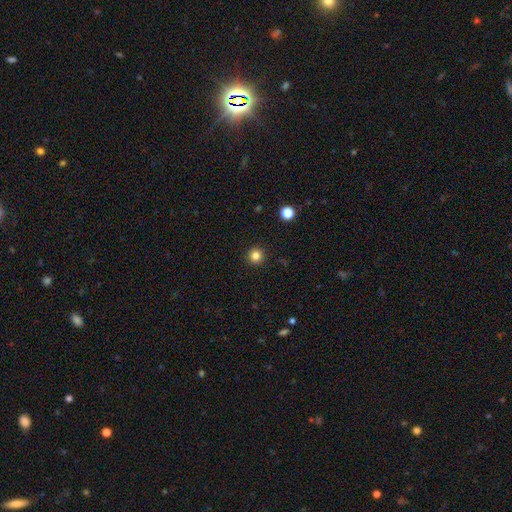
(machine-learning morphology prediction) Smooth or featured? Predicted: smooth (p=0.83). How rounded? Predicted: round (p=0.96). Merging? Predicted: none (p=0.93).